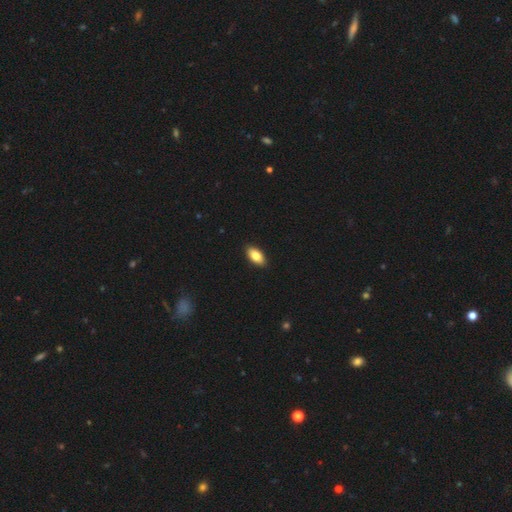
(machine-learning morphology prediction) A smooth galaxy with no disk features (84%) that is in between round and cigar-shaped (92%).

Vote fractions:
- Smooth or featured? smooth: 84% / featured or disk: 10% / star or artifact: 7%
- How rounded? in between: 92% / cigar-shaped: 5% / round: 3%
- Merging? none: 90% / minor disturbance: 8% / major disturbance: 2% / merger: 1%